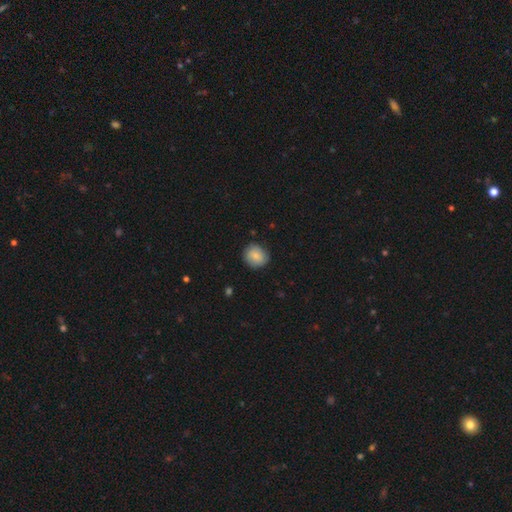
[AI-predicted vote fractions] Smooth or featured: smooth — 80% (featured or disk — 12%)
How rounded: round — 85% (in between — 14%)
Merging: none — 82% (minor disturbance — 14%)